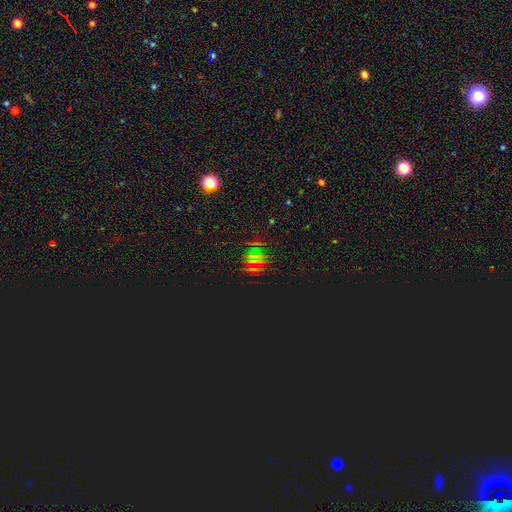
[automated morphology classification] This is likely a star or artifact rather than a galaxy (76%).